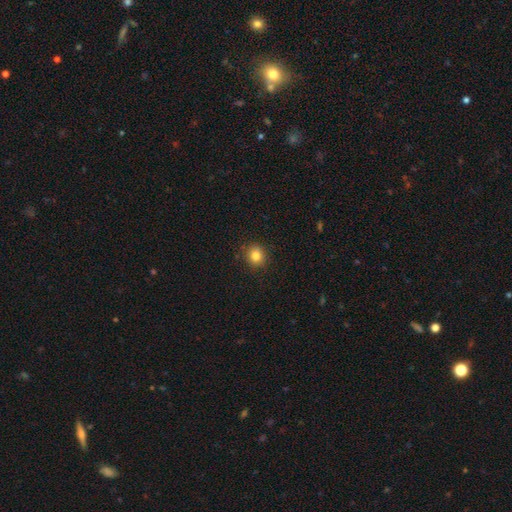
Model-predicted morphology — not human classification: The model was most divided on "how rounded": round: 85%, in between: 14%, cigar-shaped: 1%. More confident: merging — none (88%); smooth or featured — smooth (83%).